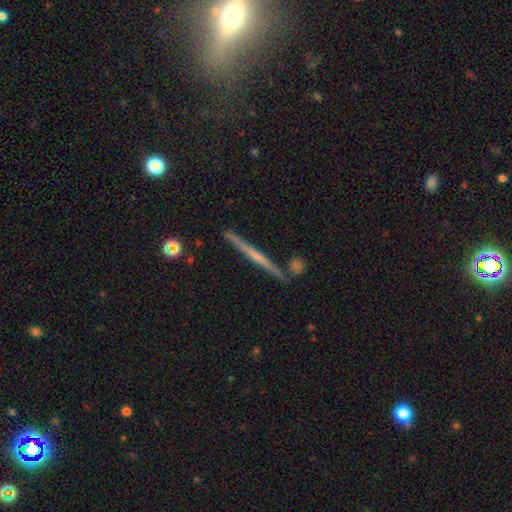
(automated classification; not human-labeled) smooth_or_featured: featured or disk (p=0.61) [alt: smooth p=0.32]
disk_edge_on: yes (p=0.98) [alt: no p=0.02]
edge_on_bulge: none (p=0.71) [alt: rounded p=0.21]
merging: none (p=0.87) [alt: minor disturbance p=0.07]